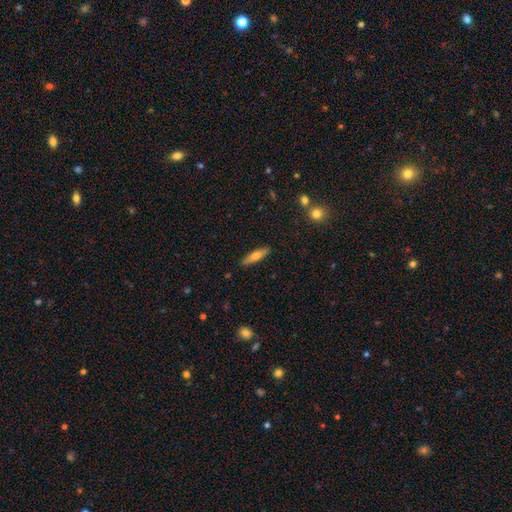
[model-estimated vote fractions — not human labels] smooth-or-featured: smooth: 63% | featured or disk: 30% | star or artifact: 7%
  how-rounded: cigar-shaped: 71% | in between: 27% | round: 2%
  merging: none: 88% | minor disturbance: 9% | major disturbance: 2% | merger: 1%